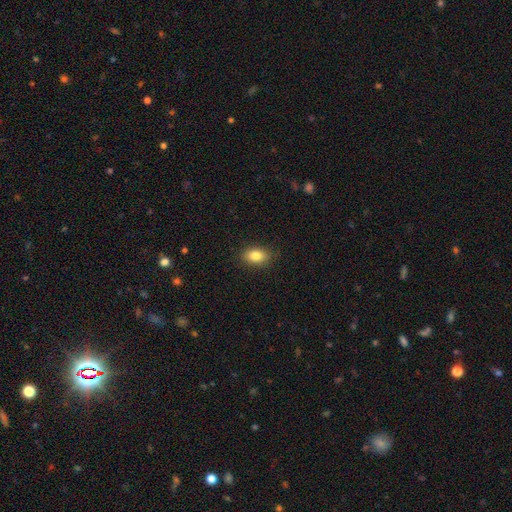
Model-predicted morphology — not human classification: type=smooth (84%); roundness=in between (85%); merging=none (87%).